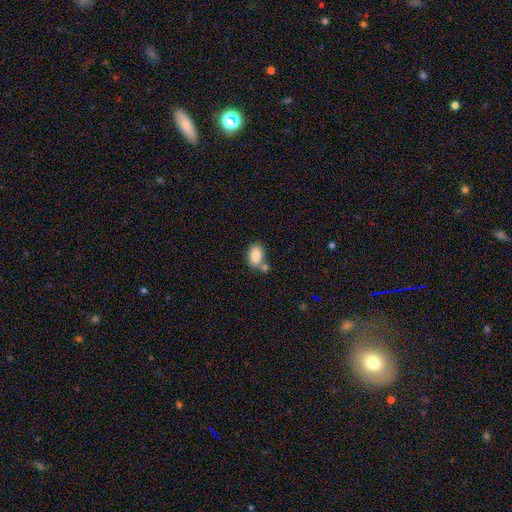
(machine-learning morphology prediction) type=smooth (86%); roundness=in between (87%); merging=none (50%).